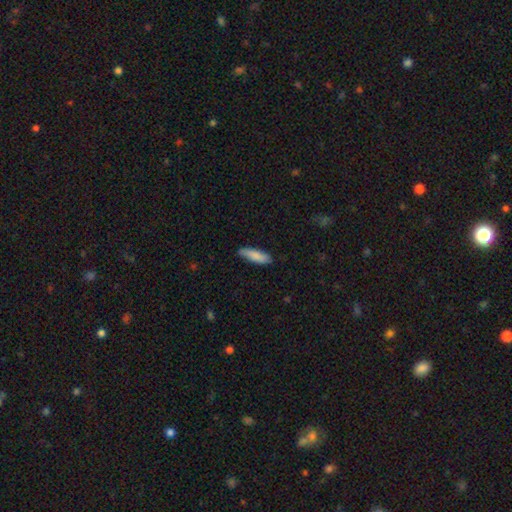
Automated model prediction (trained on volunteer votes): The model was most divided on "how rounded": cigar-shaped: 61%, in between: 38%, round: 1%. More confident: smooth or featured — smooth (86%); merging — none (81%).